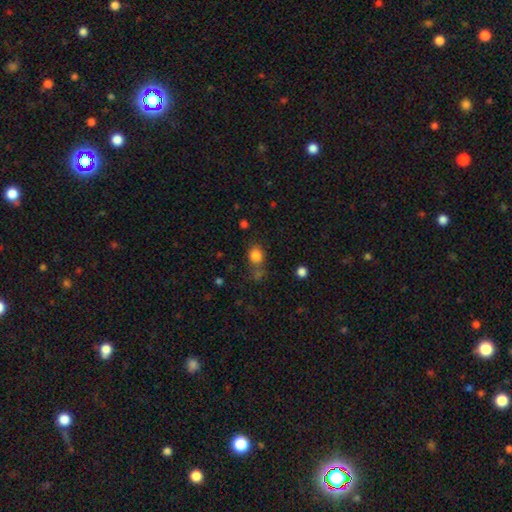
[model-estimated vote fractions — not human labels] Morphology: type=smooth (82%); roundness=round (69%); merging=none (59%).